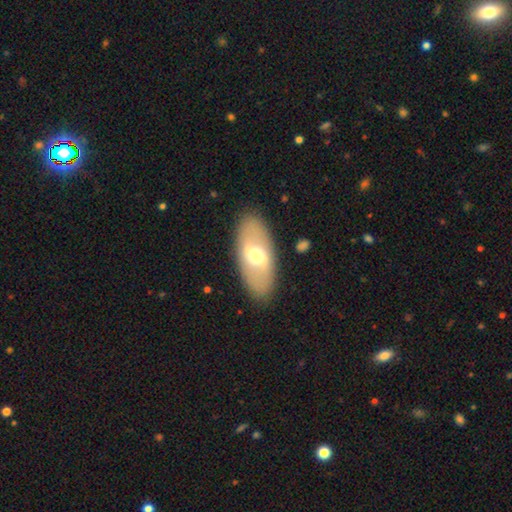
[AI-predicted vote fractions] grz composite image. It shows a smooth galaxy with no disk features (48%). Merging: none (87%).